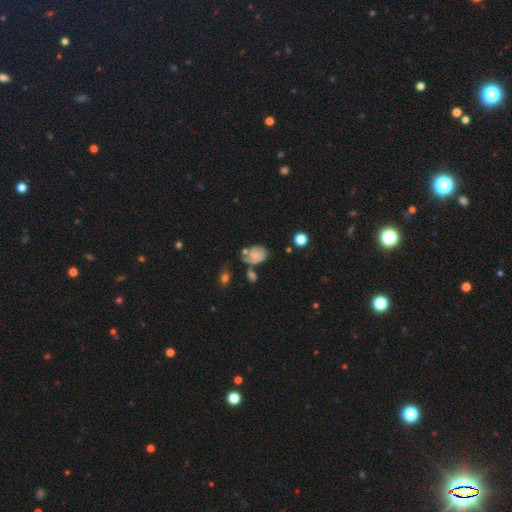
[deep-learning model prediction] Morphology: type=smooth (51%); roundness=in between (66%); merging=none (39%).